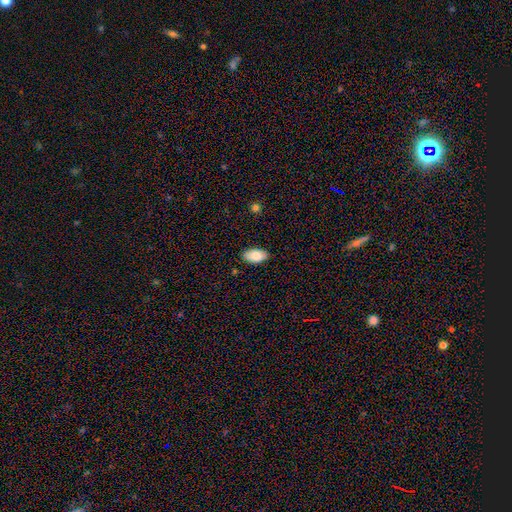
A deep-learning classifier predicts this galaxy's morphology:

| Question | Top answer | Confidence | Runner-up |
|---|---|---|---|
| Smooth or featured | smooth | 84% | featured or disk (9%) |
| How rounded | in between | 95% | round (3%) |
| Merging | none | 86% | minor disturbance (11%) |